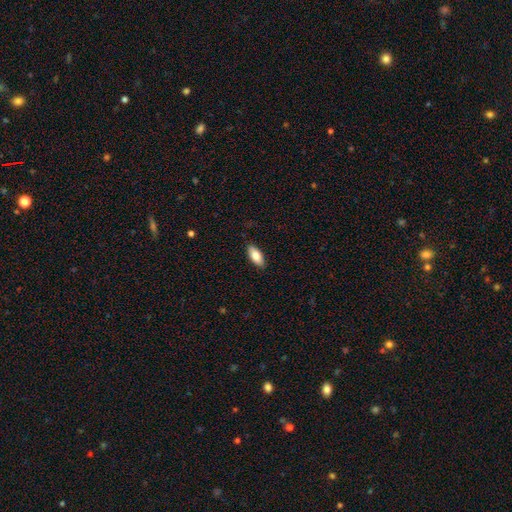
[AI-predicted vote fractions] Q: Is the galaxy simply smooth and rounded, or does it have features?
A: smooth — 83%.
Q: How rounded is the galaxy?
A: in between — 87%.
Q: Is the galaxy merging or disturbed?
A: none — 88%.